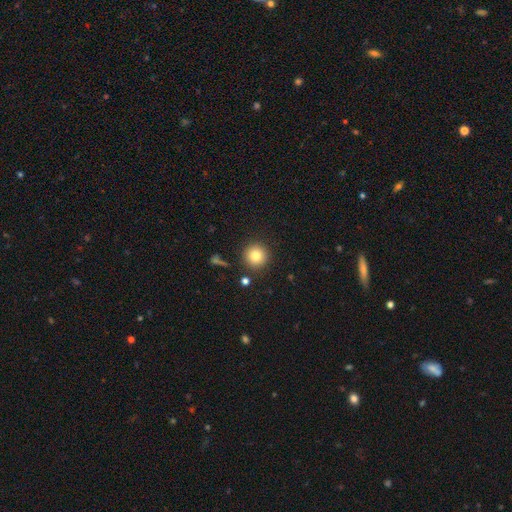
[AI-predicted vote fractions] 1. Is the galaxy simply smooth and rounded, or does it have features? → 81% smooth, 11% star or artifact, 8% featured or disk.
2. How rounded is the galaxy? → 95% round, 4% in between, 1% cigar-shaped.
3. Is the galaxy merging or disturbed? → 88% none, 7% minor disturbance, 3% merger, 3% major disturbance.